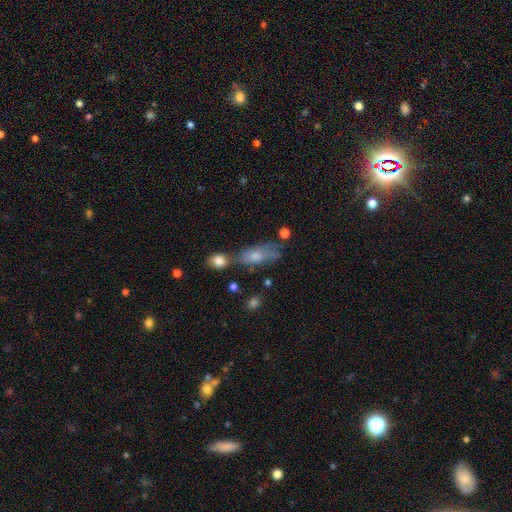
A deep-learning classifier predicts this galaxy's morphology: Smooth or featured?
  - smooth: 53% *
  - featured or disk: 32%
  - star or artifact: 15%
How rounded?
  - in between: 67% *
  - cigar-shaped: 26%
  - round: 7%
Merging?
  - none: 47% *
  - minor disturbance: 21%
  - merger: 20%
  - major disturbance: 11%